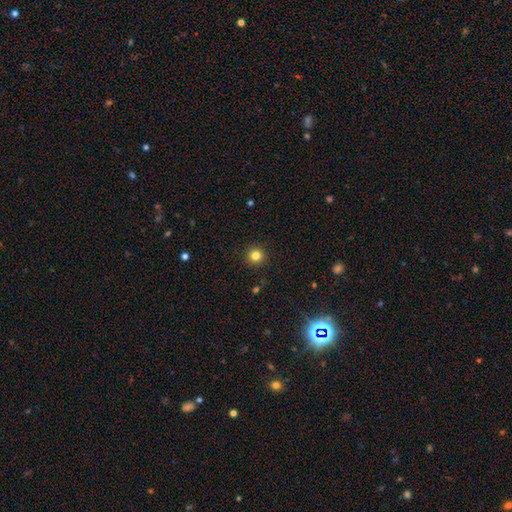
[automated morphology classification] Smooth or featured: smooth — 81% (star or artifact — 13%)
How rounded: round — 96% (in between — 3%)
Merging: none — 93% (minor disturbance — 5%)